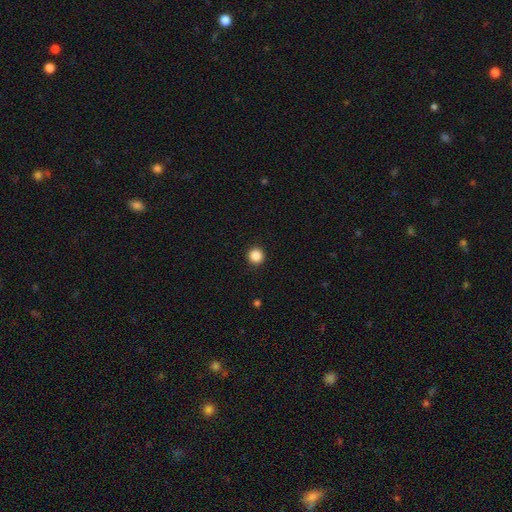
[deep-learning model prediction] This appears to be a smooth galaxy with no disk features (87%) that is round (94%). Merging: none (92%).